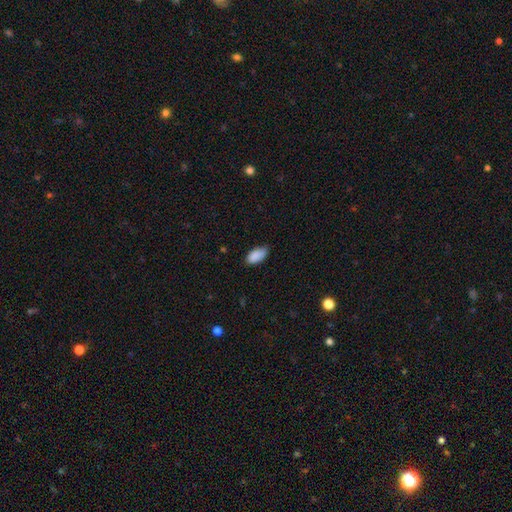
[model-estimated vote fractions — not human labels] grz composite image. It shows a smooth galaxy with no disk features (89%) that is in between round and cigar-shaped (93%). Merging: none (68%).